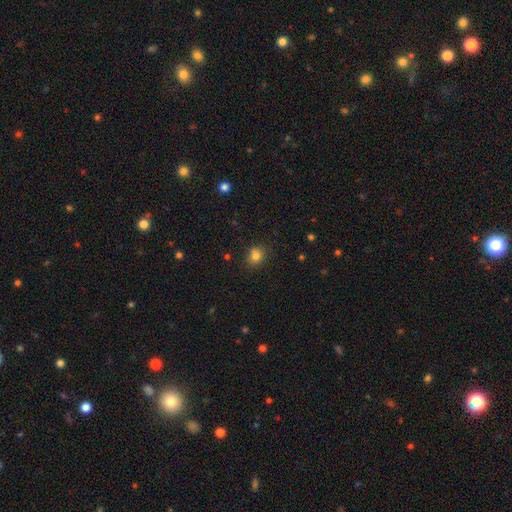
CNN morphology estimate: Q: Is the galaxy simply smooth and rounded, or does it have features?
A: smooth — 81%.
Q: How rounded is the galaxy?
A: round — 66%.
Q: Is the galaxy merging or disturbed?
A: none — 76%.